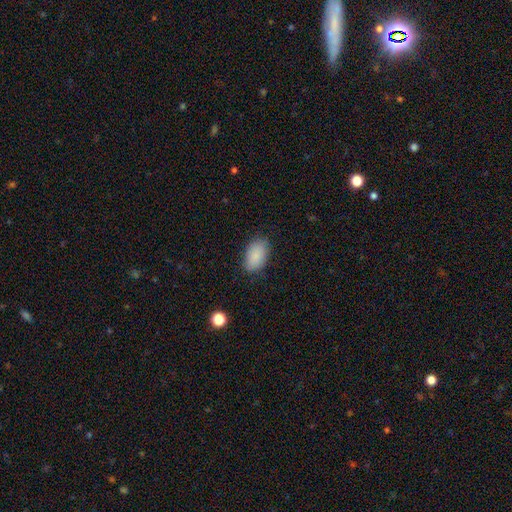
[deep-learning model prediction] This is clearly a smooth galaxy (88%). How rounded: clearly in between (93%). Merging: clearly none (82%).